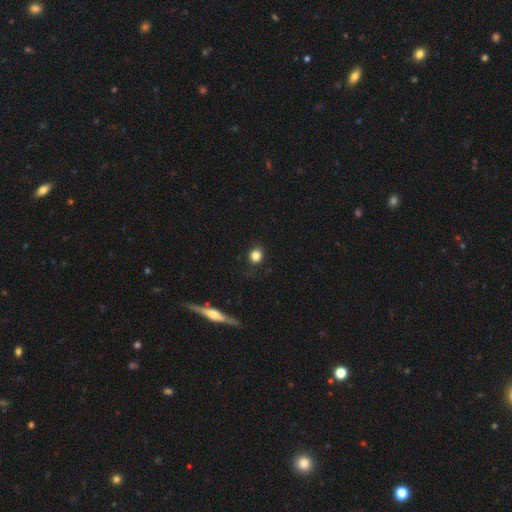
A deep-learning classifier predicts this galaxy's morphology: Smooth or featured? Predicted: smooth (p=0.83). How rounded? Predicted: round (p=0.87). Merging? Predicted: none (p=0.85).